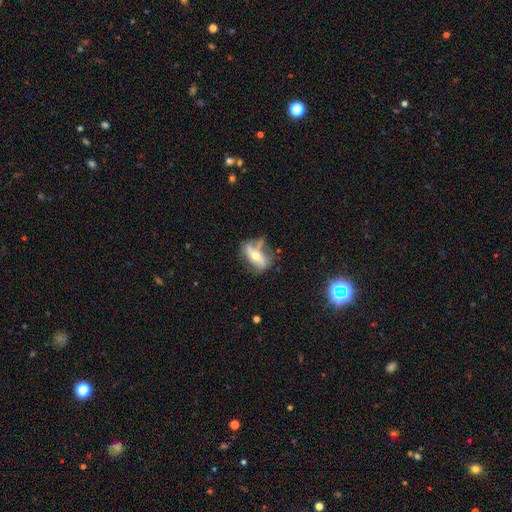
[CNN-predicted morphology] This appears to be a featured or disk galaxy (65%) with no bar (44%), spiral arms (65%) and a moderate central bulge (61%). Merging: none (48%).